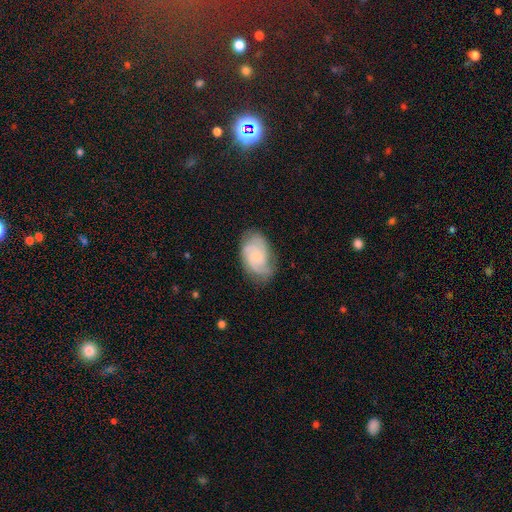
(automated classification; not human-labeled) Smooth or featured?
  - featured or disk: 70% *
  - smooth: 24%
  - star or artifact: 6%
Edge-on disk?
  - no: 97% *
  - yes: 3%
Bar?
  - no: 71% *
  - weak: 26%
  - strong: 3%
Spiral arms?
  - yes: 94% *
  - no: 6%
Spiral winding?
  - tight: 46% *
  - medium: 41%
  - loose: 13%
Spiral arm count?
  - 2: 36% *
  - 3: 27%
  - can't tell: 24%
  - 4: 5%
  - 1: 5%
  - more than 4: 4%
Bulge size?
  - small: 66% *
  - moderate: 24%
  - none: 7%
  - large: 2%
  - dominant: 1%
Merging?
  - none: 70% *
  - minor disturbance: 22%
  - major disturbance: 7%
  - merger: 1%